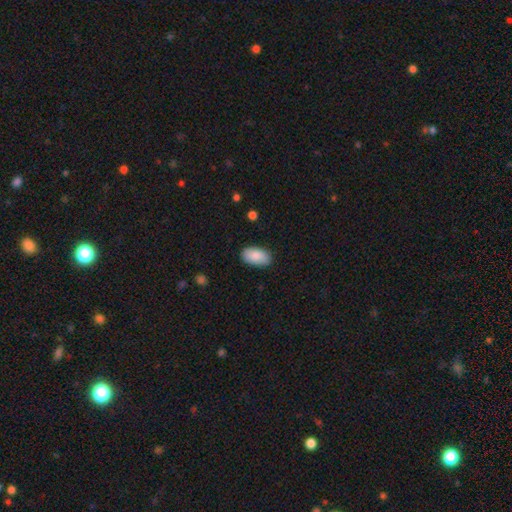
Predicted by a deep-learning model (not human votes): Smooth or featured: smooth — 87% (featured or disk — 7%)
How rounded: in between — 95% (round — 4%)
Merging: none — 86% (minor disturbance — 11%)